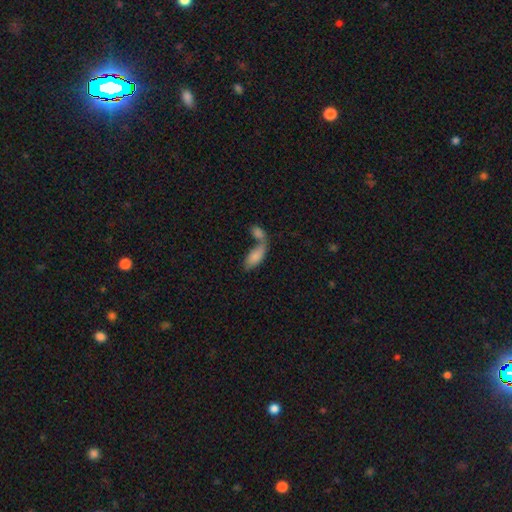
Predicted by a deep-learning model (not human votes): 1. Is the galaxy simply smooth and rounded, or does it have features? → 81% smooth, 13% featured or disk, 7% star or artifact.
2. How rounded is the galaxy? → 87% in between, 11% cigar-shaped, 2% round.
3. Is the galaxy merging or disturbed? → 58% merger, 25% none, 10% minor disturbance, 7% major disturbance.